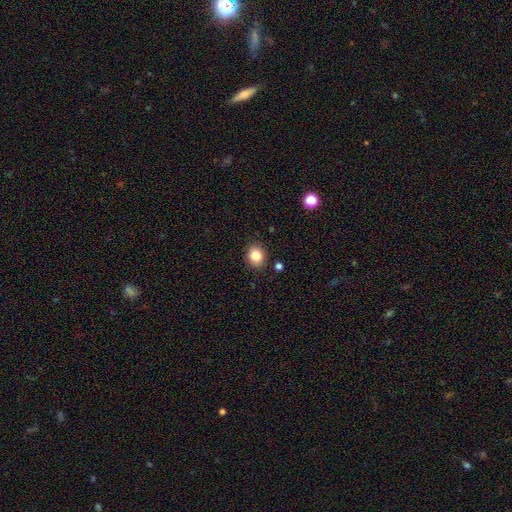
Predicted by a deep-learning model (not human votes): This appears to be a smooth galaxy with no disk features (84%) that is round (64%). Merging: none (88%).